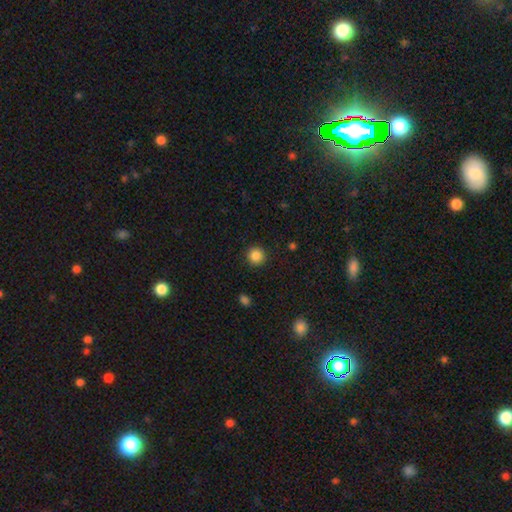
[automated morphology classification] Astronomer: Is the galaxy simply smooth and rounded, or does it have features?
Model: smooth — 86%.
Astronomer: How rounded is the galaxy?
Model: round — 95%.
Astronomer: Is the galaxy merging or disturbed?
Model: none — 92%.